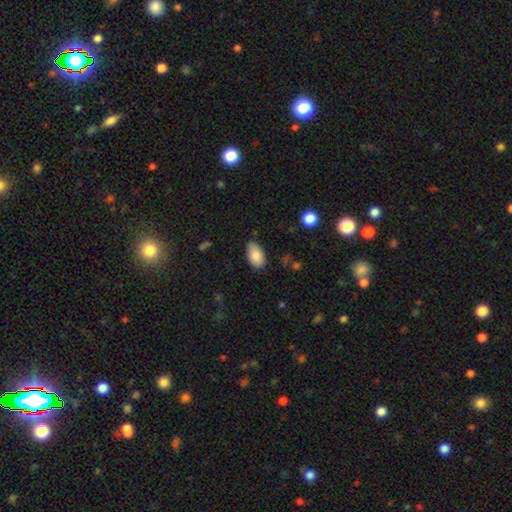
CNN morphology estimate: This is clearly a smooth galaxy (84%). How rounded: clearly in between (94%). Merging: likely none (77%).